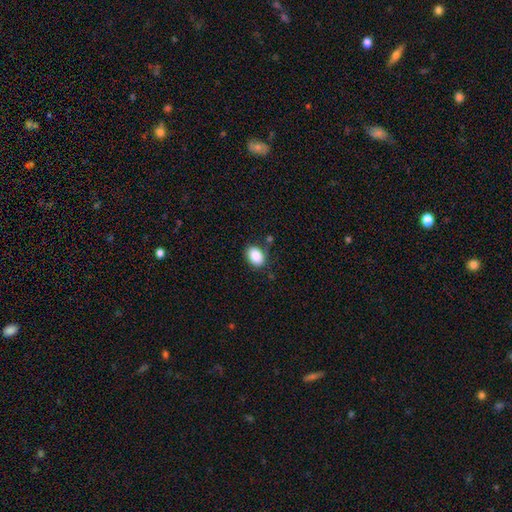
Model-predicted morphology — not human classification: Smooth or featured? Predicted: smooth (p=0.88). How rounded? Predicted: in between (p=0.79). Merging? Predicted: none (p=0.78).